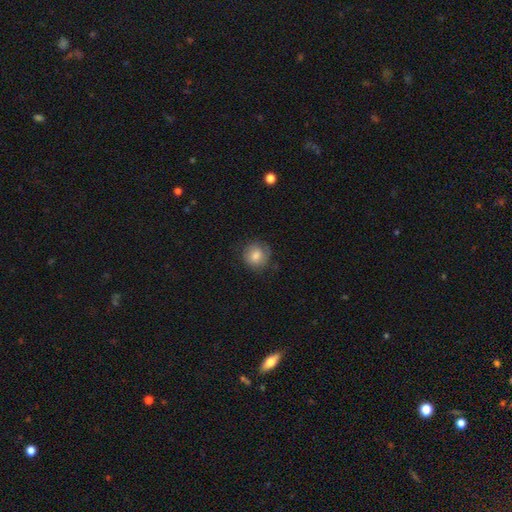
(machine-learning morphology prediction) type=smooth (78%); roundness=round (87%); merging=none (75%).